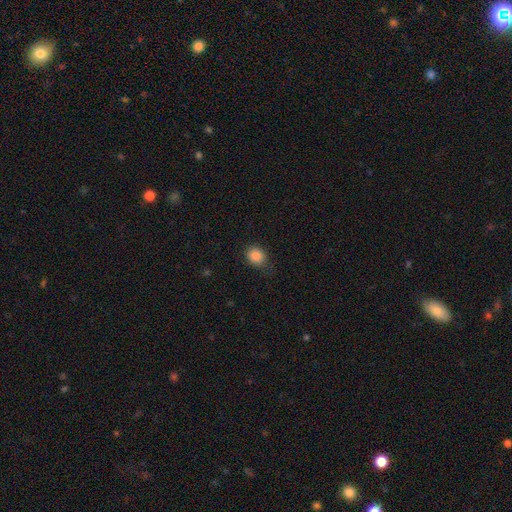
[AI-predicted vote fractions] Smooth or featured: smooth — 86% (star or artifact — 10%)
How rounded: round — 67% (in between — 32%)
Merging: none — 73% (minor disturbance — 21%)